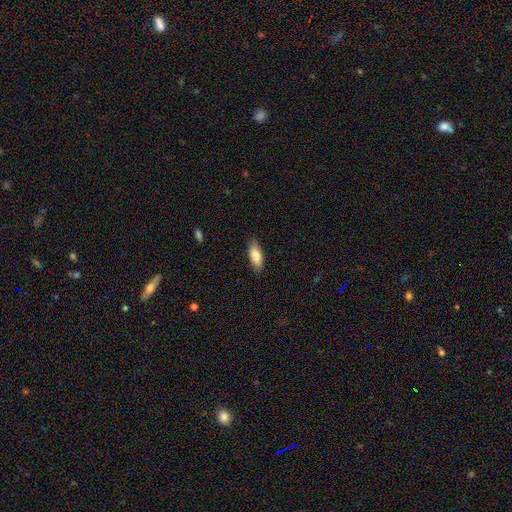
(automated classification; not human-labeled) This is clearly a smooth galaxy (81%). How rounded: likely in between (74%). Merging: clearly none (88%).